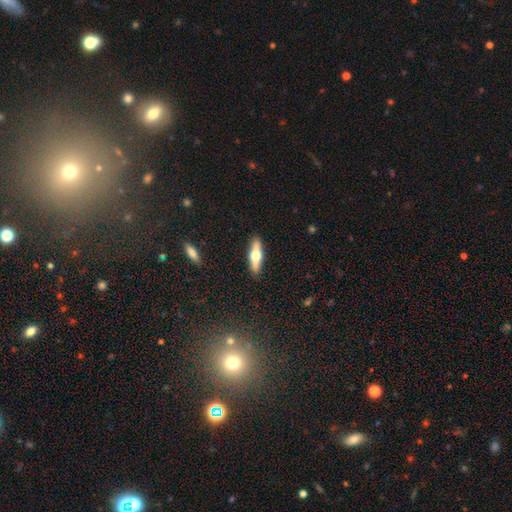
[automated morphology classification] The model was most divided on "smooth or featured": smooth: 49%, featured or disk: 45%, star or artifact: 6%. More confident: merging — none (89%).